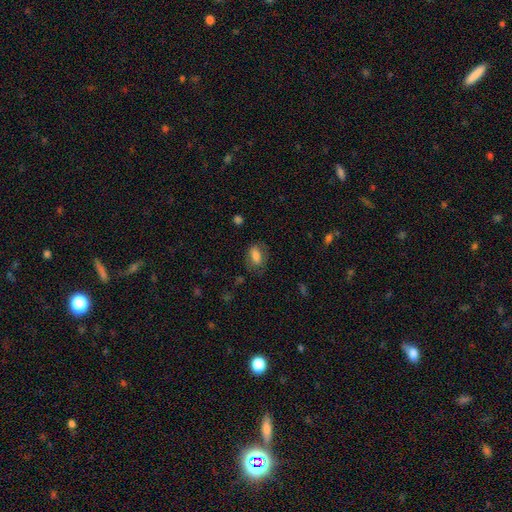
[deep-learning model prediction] Overall: smooth (75%). How rounded: in between (86%). Merging: none (66%).